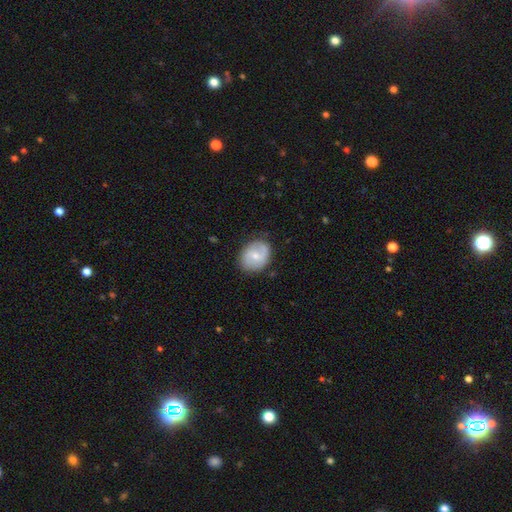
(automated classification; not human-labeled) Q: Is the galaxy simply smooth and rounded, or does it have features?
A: featured or disk — 53%.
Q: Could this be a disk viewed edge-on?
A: no — 97%.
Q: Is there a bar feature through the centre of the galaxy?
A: no — 51%.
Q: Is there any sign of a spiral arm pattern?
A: yes — 79%.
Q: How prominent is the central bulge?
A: small — 50%.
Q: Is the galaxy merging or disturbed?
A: none — 78%.